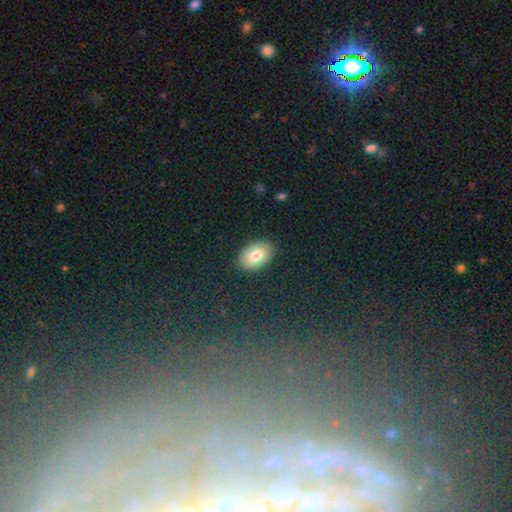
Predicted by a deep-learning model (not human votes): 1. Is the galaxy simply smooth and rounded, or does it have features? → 79% smooth, 13% featured or disk, 8% star or artifact.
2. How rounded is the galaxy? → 83% in between, 16% round, 1% cigar-shaped.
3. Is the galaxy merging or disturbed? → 87% none, 9% minor disturbance, 2% major disturbance, 1% merger.